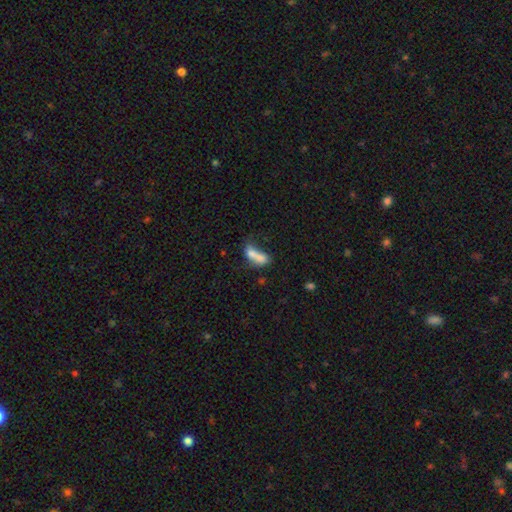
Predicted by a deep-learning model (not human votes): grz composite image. It shows a smooth galaxy with no disk features (68%) that is in between round and cigar-shaped (73%). Merging: merger (65%).